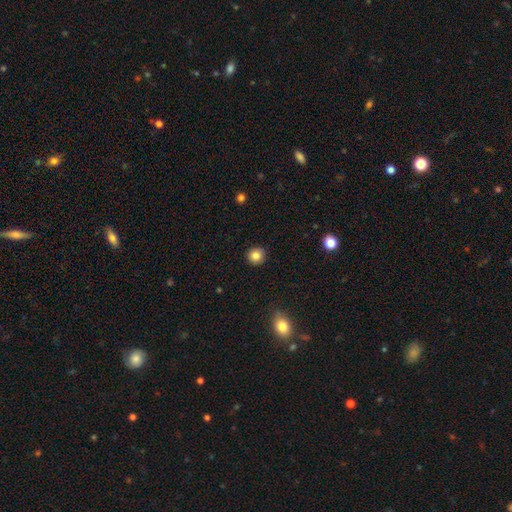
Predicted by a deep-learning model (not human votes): The model was most divided on "smooth or featured": smooth: 84%, star or artifact: 11%, featured or disk: 6%. More confident: merging — none (91%); how rounded — round (91%).